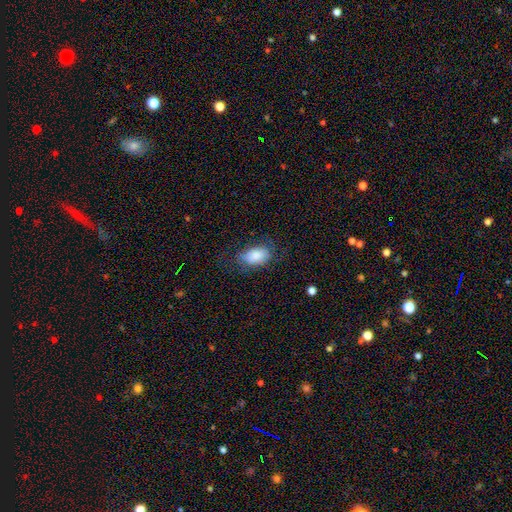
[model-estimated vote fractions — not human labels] Smooth or featured? Predicted: smooth (p=0.80). How rounded? Predicted: in between (p=0.92). Merging? Predicted: none (p=0.65).